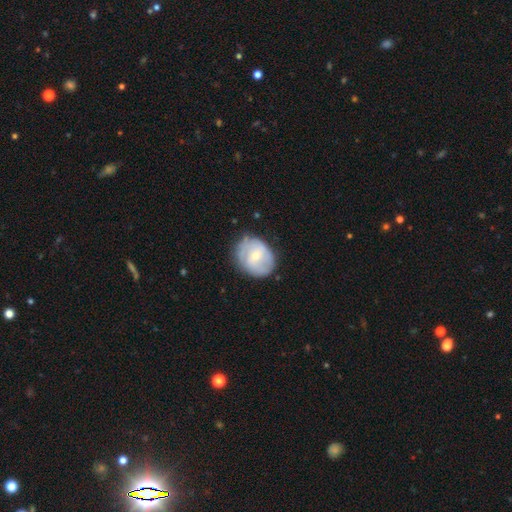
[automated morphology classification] Smooth or featured?
  - featured or disk: 55% *
  - smooth: 38%
  - star or artifact: 6%
Edge-on disk?
  - no: 97% *
  - yes: 3%
Bar?
  - no: 51% *
  - weak: 39%
  - strong: 9%
Spiral arms?
  - yes: 68% *
  - no: 32%
Bulge size?
  - small: 58% *
  - moderate: 38%
  - large: 2%
  - none: 1%
  - dominant: 1%
Merging?
  - none: 70% *
  - minor disturbance: 21%
  - major disturbance: 7%
  - merger: 2%